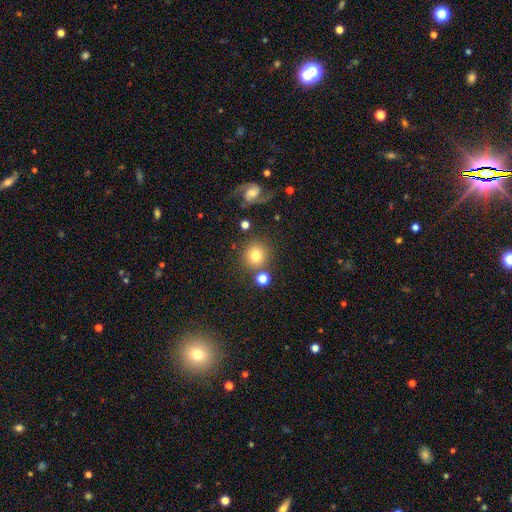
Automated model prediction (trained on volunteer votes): smooth 76%, featured or disk 12%, star or artifact 12%. Down the decision tree: how rounded — round (91%); merging — none (80%).